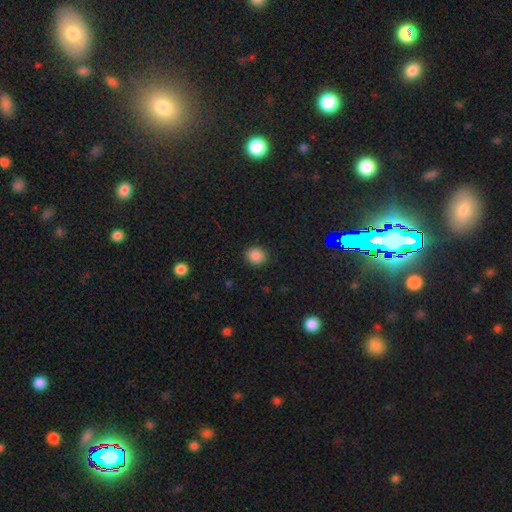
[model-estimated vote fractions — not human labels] Morphology: type=smooth (87%); roundness=round (81%); merging=none (90%).